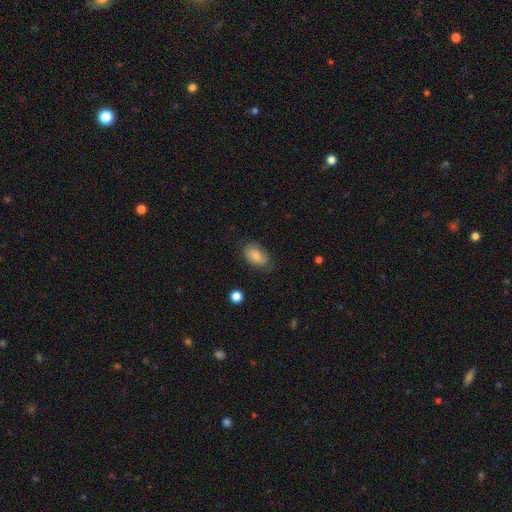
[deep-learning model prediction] Smooth or featured? Predicted: smooth (p=0.81). How rounded? Predicted: in between (p=0.90). Merging? Predicted: none (p=0.72).